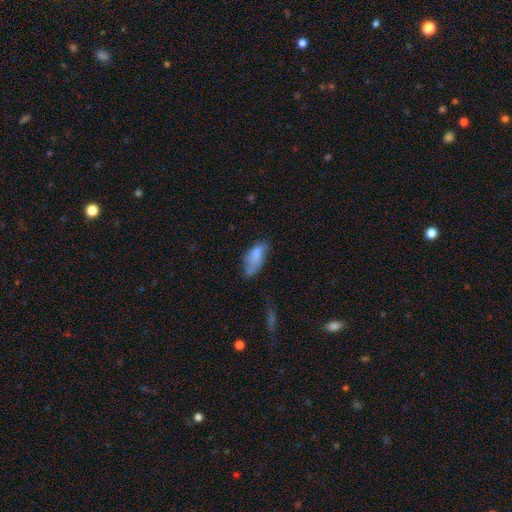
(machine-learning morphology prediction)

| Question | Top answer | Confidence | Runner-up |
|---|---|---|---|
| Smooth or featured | smooth | 75% | featured or disk (16%) |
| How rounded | in between | 86% | cigar-shaped (12%) |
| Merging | none | 38% | minor disturbance (34%) |